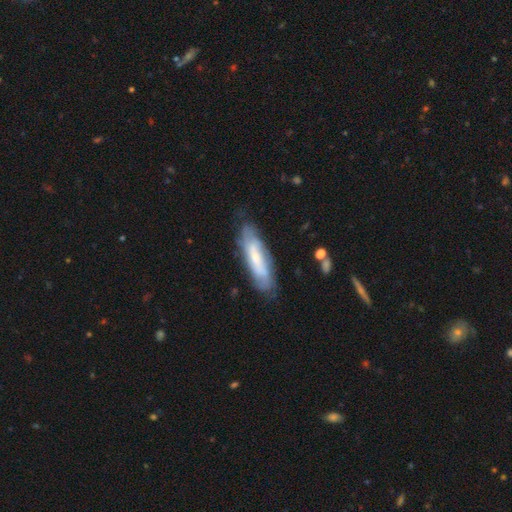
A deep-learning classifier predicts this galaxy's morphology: A featured or disk galaxy (55%). Merging: none (78%).